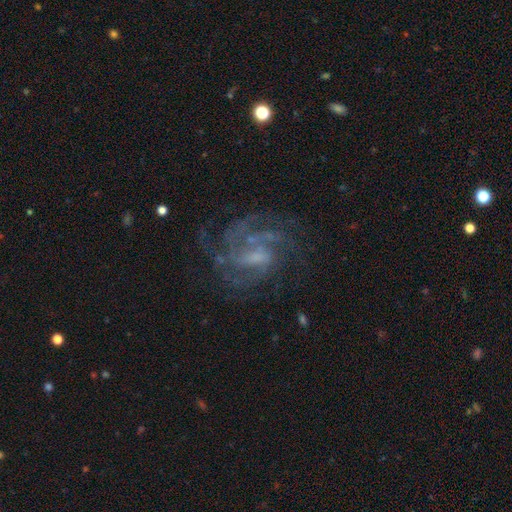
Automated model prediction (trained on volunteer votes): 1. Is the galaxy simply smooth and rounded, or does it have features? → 84% featured or disk, 9% star or artifact, 7% smooth.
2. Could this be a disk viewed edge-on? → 97% no, 3% yes.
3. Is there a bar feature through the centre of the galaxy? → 50% weak, 34% no, 16% strong.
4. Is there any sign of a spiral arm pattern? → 93% yes, 7% no.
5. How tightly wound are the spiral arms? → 46% medium, 38% tight, 15% loose.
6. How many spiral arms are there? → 28% 3, 25% can't tell, 21% 4, 13% 2, 6% more than 4, 6% 1.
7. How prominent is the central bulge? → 37% small, 32% none, 27% moderate, 4% large, 1% dominant.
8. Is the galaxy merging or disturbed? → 63% none, 19% major disturbance, 16% minor disturbance, 2% merger.